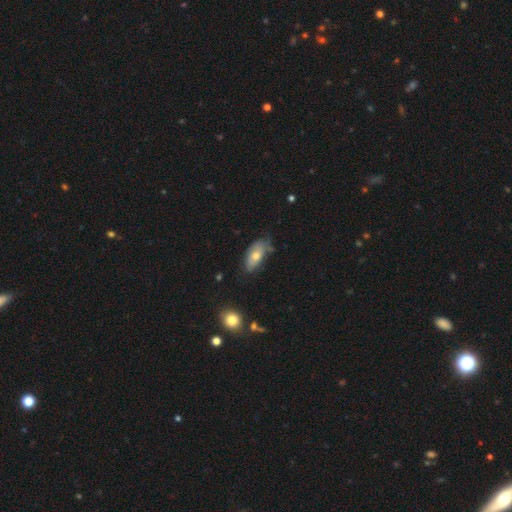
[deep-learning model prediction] Smooth or featured? smooth (68%)
How rounded? in between (87%)
Merging? none (57%)